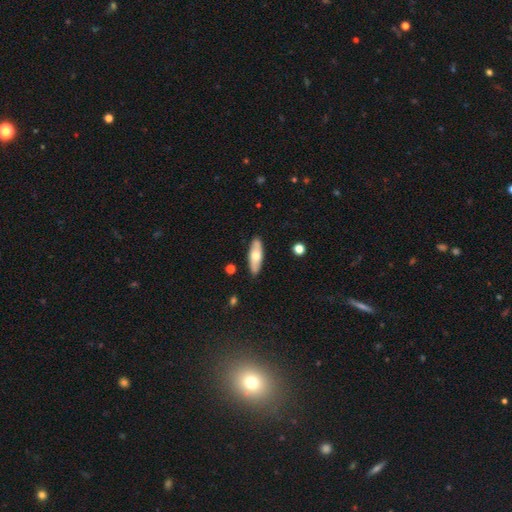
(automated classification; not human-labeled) Smooth or featured?
  - smooth: 61% *
  - featured or disk: 33%
  - star or artifact: 6%
How rounded?
  - in between: 58% *
  - cigar-shaped: 40%
  - round: 2%
Merging?
  - none: 88% *
  - minor disturbance: 9%
  - major disturbance: 2%
  - merger: 1%